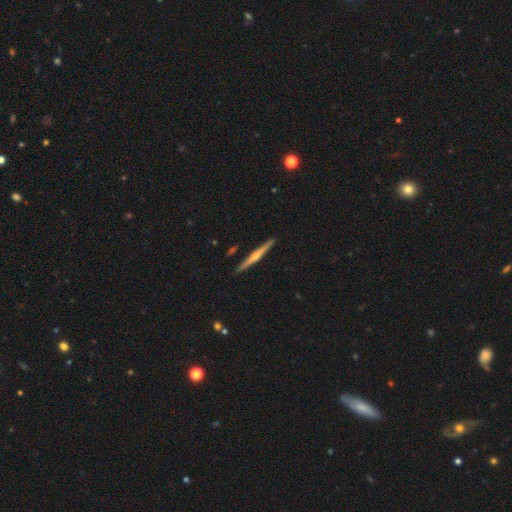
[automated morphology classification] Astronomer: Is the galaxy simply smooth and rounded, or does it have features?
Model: featured or disk — 69%.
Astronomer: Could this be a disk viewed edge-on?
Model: yes — 98%.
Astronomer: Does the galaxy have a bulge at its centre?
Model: rounded — 79%.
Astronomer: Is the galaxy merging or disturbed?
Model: none — 91%.